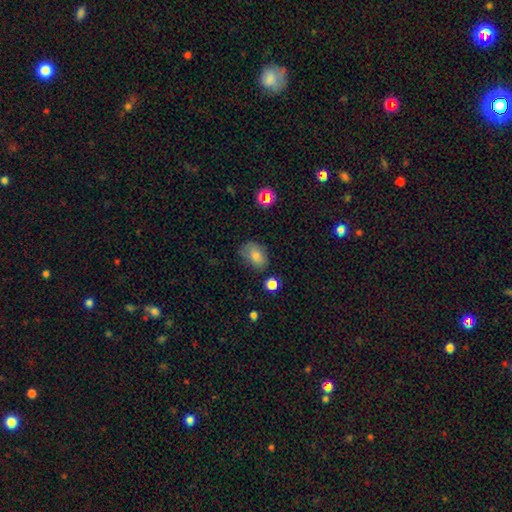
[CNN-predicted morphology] Q: Smooth or featured?
A: smooth (76%); runner-up: featured or disk (12%)
Q: How rounded?
A: in between (79%); runner-up: round (20%)
Q: Merging?
A: none (62%); runner-up: minor disturbance (27%)